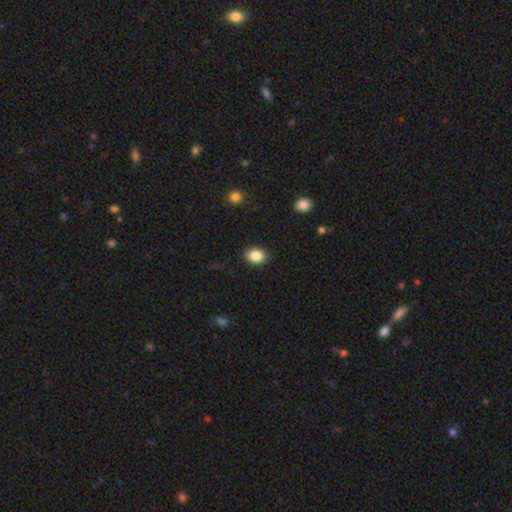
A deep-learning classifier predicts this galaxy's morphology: This appears to be a smooth galaxy with no disk features (86%) that is in between round and cigar-shaped (65%). Merging: none (89%).